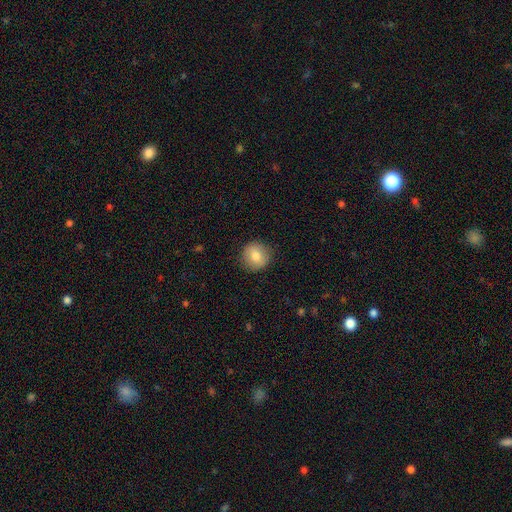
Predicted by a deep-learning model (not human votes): The model was most divided on "smooth or featured": smooth: 80%, featured or disk: 11%, star or artifact: 8%. More confident: how rounded — round (91%); merging — none (89%).